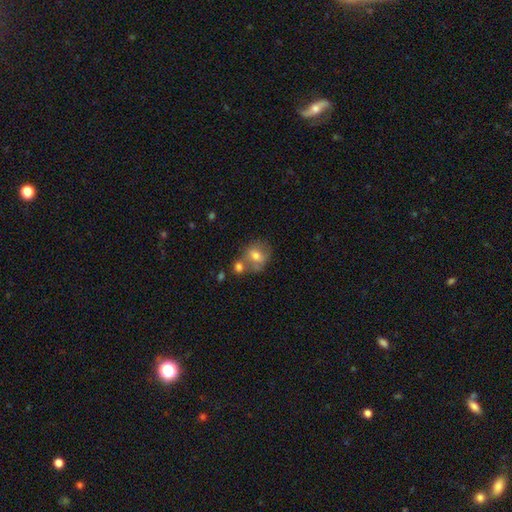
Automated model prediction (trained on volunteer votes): Smooth or featured: smooth — 65% (featured or disk — 25%)
How rounded: round — 59% (in between — 40%)
Merging: none — 46% (merger — 33%)